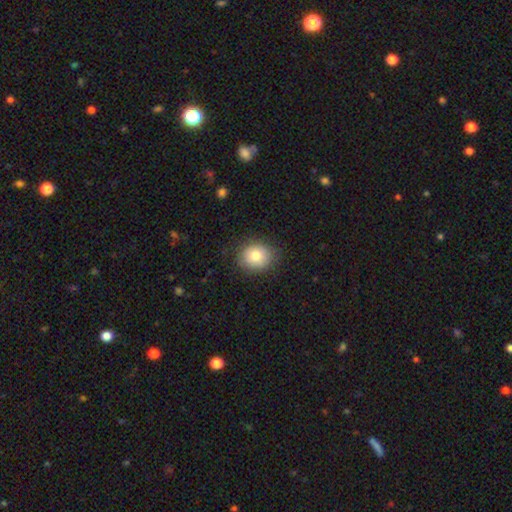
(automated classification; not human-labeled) Smooth or featured?
  - smooth: 80% *
  - featured or disk: 11%
  - star or artifact: 9%
How rounded?
  - round: 67% *
  - in between: 32%
  - cigar-shaped: 1%
Merging?
  - none: 84% *
  - minor disturbance: 12%
  - major disturbance: 3%
  - merger: 1%